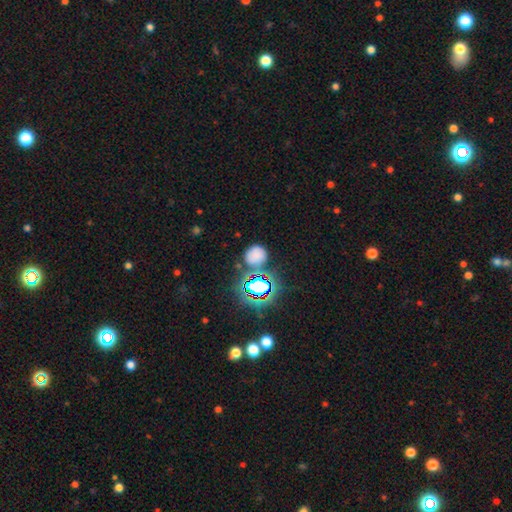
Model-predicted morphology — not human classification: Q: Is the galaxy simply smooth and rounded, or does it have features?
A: smooth — 63%.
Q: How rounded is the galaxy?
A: round — 79%.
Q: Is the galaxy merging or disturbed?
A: none — 68%.